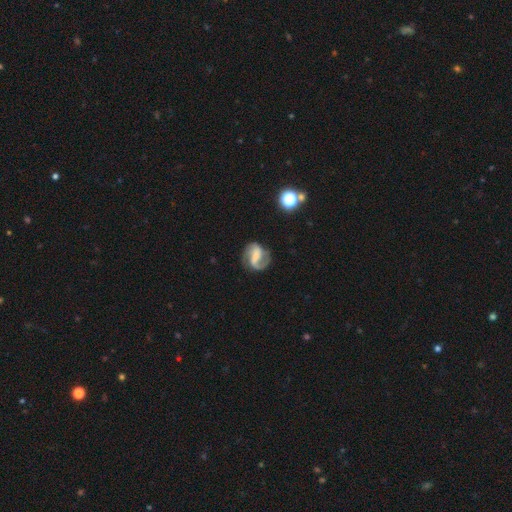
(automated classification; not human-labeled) A featured or disk galaxy (82%) with a strong bar (42%), 2 (84%) medium (51%) spiral arms (95%) and no central bulge (42%). Merging: none (72%).